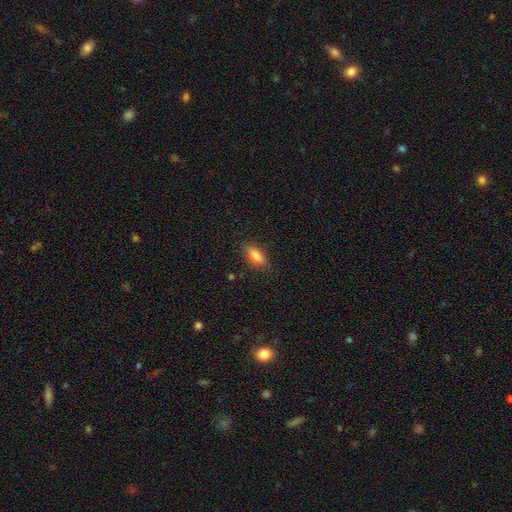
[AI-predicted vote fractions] Morphology: type=smooth (80%); roundness=in between (77%); merging=none (83%).